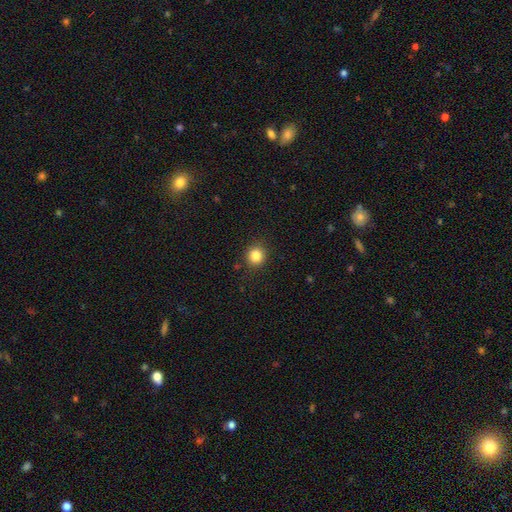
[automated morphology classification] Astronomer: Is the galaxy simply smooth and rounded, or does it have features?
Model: smooth — 84%.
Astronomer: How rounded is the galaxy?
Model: round — 87%.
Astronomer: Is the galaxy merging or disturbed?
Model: none — 89%.